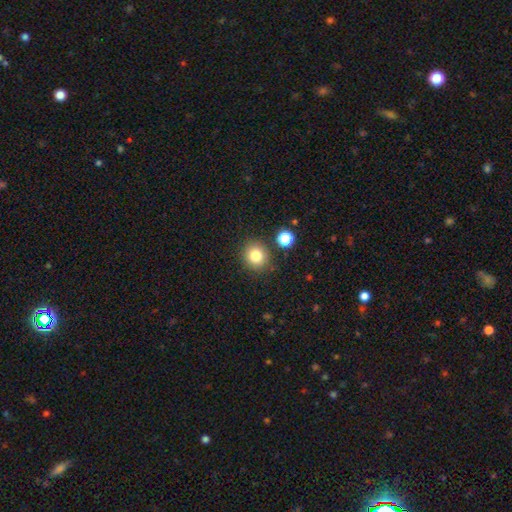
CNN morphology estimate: smooth-or-featured: smooth: 81% | star or artifact: 12% | featured or disk: 7%
  how-rounded: round: 85% | in between: 14% | cigar-shaped: 1%
  merging: none: 85% | minor disturbance: 8% | merger: 4% | major disturbance: 3%